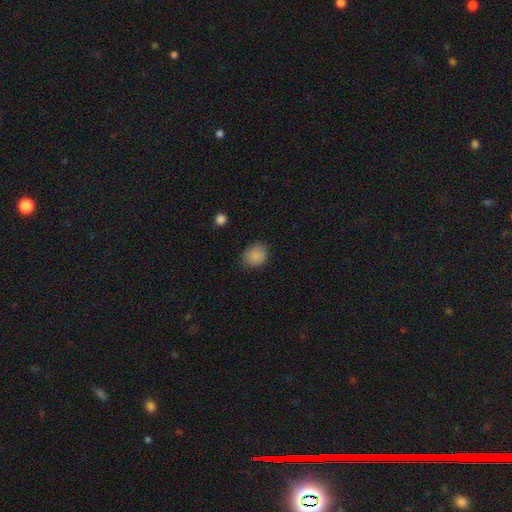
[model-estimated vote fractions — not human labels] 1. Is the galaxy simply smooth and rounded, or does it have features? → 87% smooth, 9% star or artifact, 4% featured or disk.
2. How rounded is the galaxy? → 60% round, 40% in between, 1% cigar-shaped.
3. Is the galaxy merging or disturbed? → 76% none, 19% minor disturbance, 4% major disturbance, 1% merger.